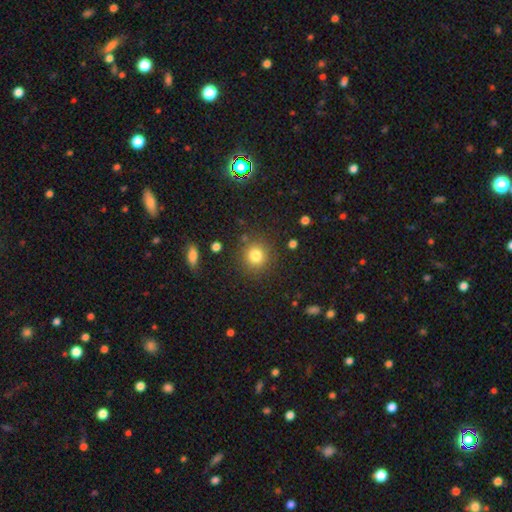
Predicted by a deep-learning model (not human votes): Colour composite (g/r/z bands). It shows a smooth galaxy with no disk features (80%) that is round (91%). Merging: none (86%).